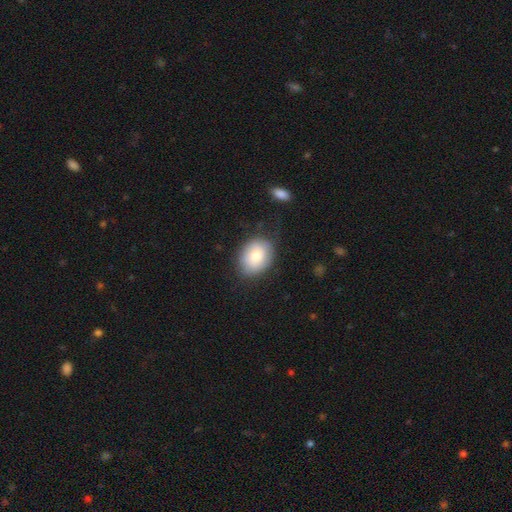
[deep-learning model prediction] The model was most divided on "how rounded": in between: 61%, round: 38%, cigar-shaped: 1%. More confident: smooth or featured — smooth (76%); merging — none (76%).